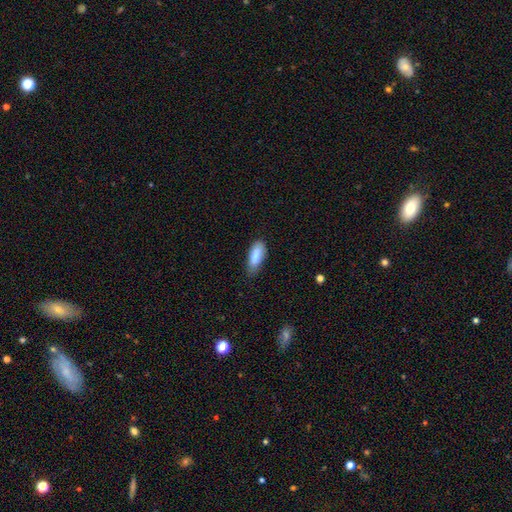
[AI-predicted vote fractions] Smooth or featured? smooth (83%)
How rounded? in between (76%)
Merging? none (70%)